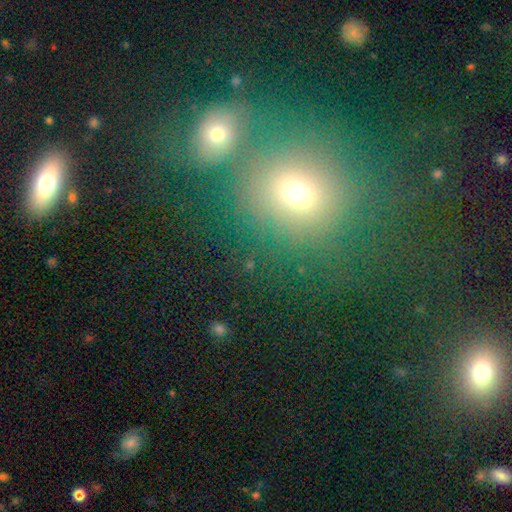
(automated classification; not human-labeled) Smooth or featured?
  - smooth: 60% *
  - star or artifact: 24%
  - featured or disk: 16%
How rounded?
  - round: 74% *
  - in between: 24%
  - cigar-shaped: 2%
Merging?
  - none: 58% *
  - merger: 24%
  - minor disturbance: 11%
  - major disturbance: 7%